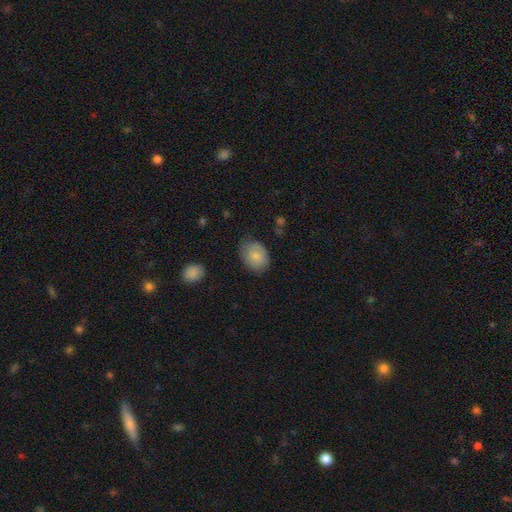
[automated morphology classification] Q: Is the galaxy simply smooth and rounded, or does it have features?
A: smooth — 71%.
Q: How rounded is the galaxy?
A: in between — 71%.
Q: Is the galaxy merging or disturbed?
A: none — 76%.